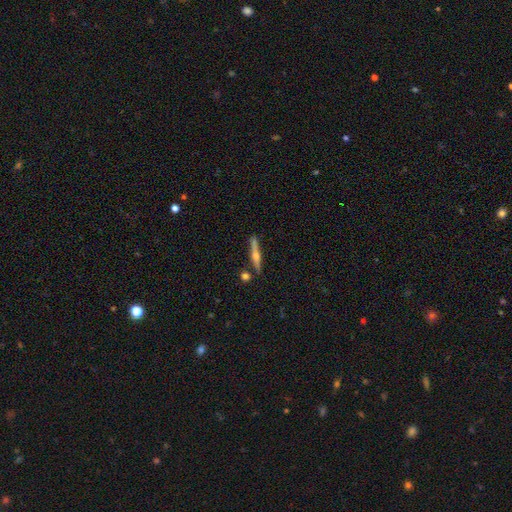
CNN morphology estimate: A featured or disk galaxy (70%) viewed edge-on (97%) with a rounded central bulge (91%).

Vote fractions:
- Smooth or featured? featured or disk: 70% / smooth: 23% / star or artifact: 6%
- Edge-on disk? yes: 97% / no: 3%
- Edge-on bulge? rounded: 91% / none: 5% / boxy: 4%
- Merging? none: 83% / minor disturbance: 9% / merger: 5% / major disturbance: 2%